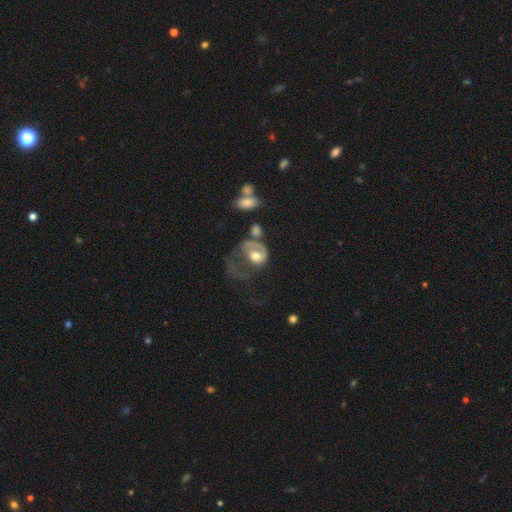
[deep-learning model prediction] Overall: featured or disk (56%; smooth 38%). Edge-on disk: no (97%). Bar: no (76%). Spiral arms: yes (60%; no 40%). Bulge size: moderate (52%; large 31%). Merging: major disturbance (60%).